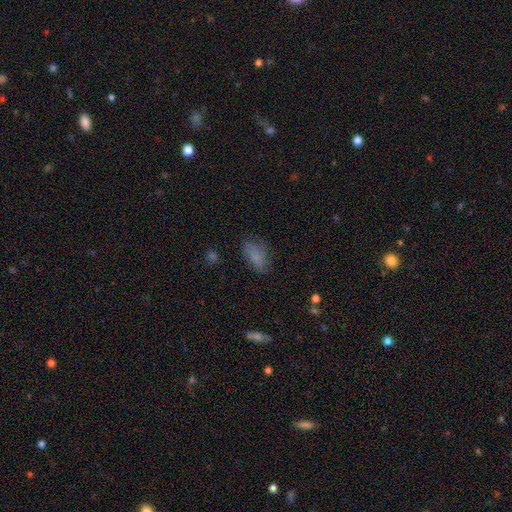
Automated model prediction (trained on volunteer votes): A smooth galaxy with no disk features (74%) that is in between round and cigar-shaped (90%). Merging: none (67%).